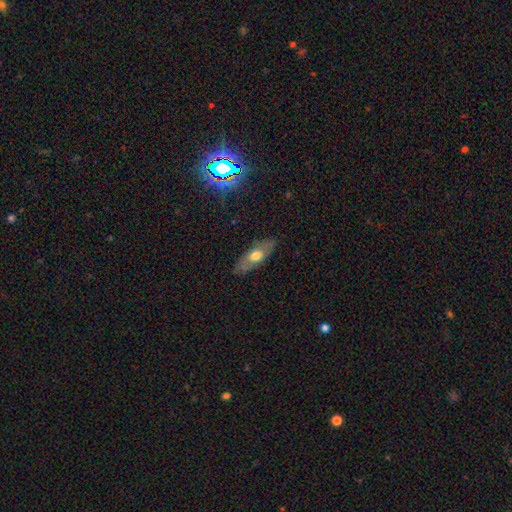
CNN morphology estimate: smooth-or-featured: smooth: 53% | featured or disk: 40% | star or artifact: 7%
  how-rounded: in between: 64% | cigar-shaped: 33% | round: 3%
  merging: none: 81% | minor disturbance: 15% | major disturbance: 3% | merger: 1%